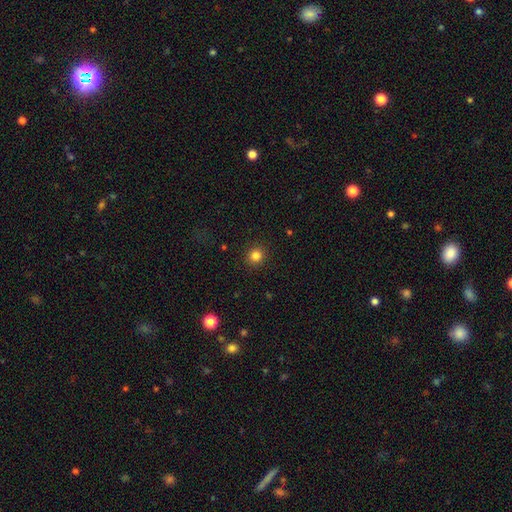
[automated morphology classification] Overall: smooth (84%). How rounded: round (91%). Merging: none (91%).